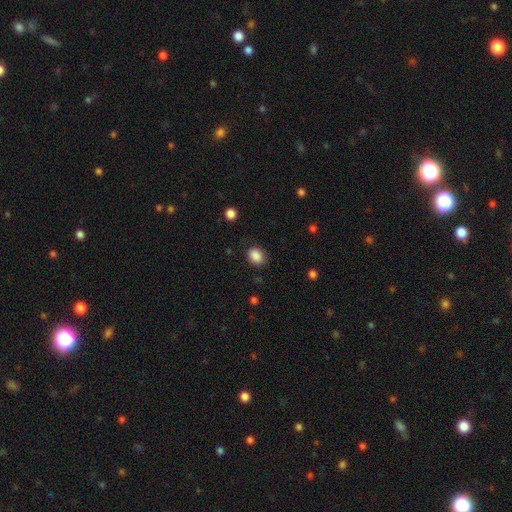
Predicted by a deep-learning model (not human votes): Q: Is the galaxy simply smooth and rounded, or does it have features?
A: smooth — 87%.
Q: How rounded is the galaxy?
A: round — 54%.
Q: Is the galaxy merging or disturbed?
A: none — 83%.